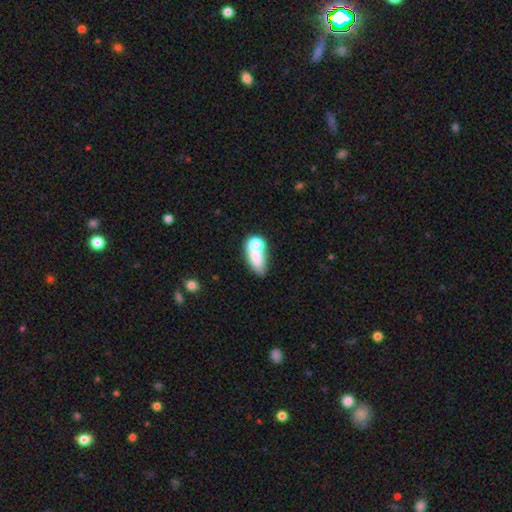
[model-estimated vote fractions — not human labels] Morphology: type=smooth (69%); roundness=in between (77%); merging=merger (48%).